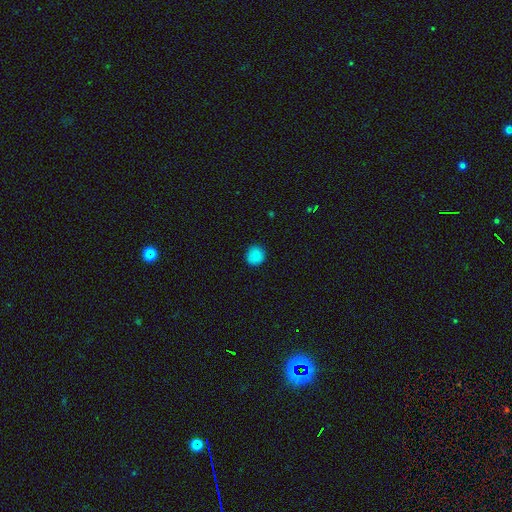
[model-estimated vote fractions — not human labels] Smooth or featured? smooth (86%)
How rounded? round (90%)
Merging? none (88%)